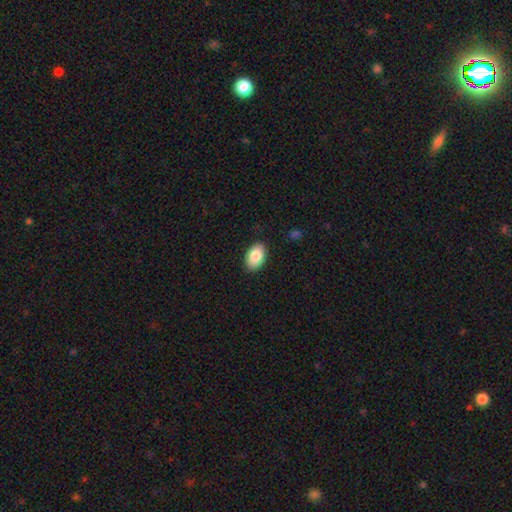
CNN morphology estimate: Smooth or featured? Predicted: smooth (p=0.86). How rounded? Predicted: in between (p=0.92). Merging? Predicted: none (p=0.87).